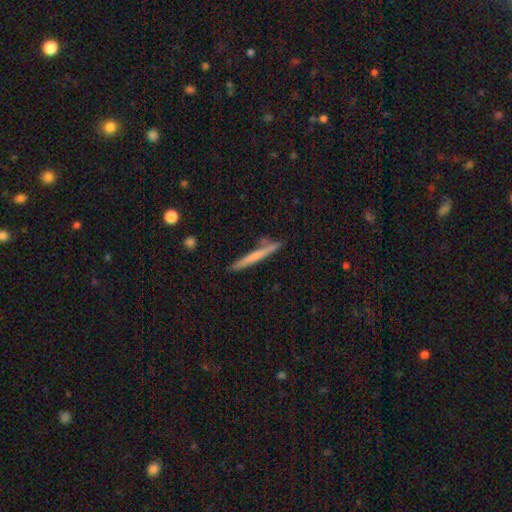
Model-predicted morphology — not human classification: Smooth or featured: smooth — 57% (featured or disk — 37%)
How rounded: cigar-shaped — 96% (in between — 2%)
Merging: none — 80% (minor disturbance — 13%)